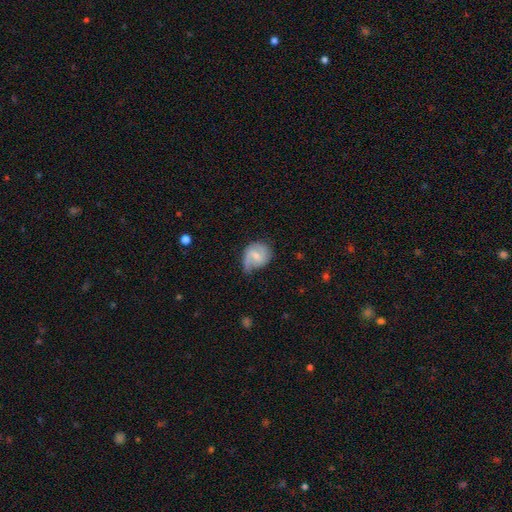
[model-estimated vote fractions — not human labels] This appears to be a featured or disk galaxy (63%) with a weak bar (56%), 2 (66%) medium (45%) spiral arms (88%) and a small central bulge (51%). Merging: none (45%).